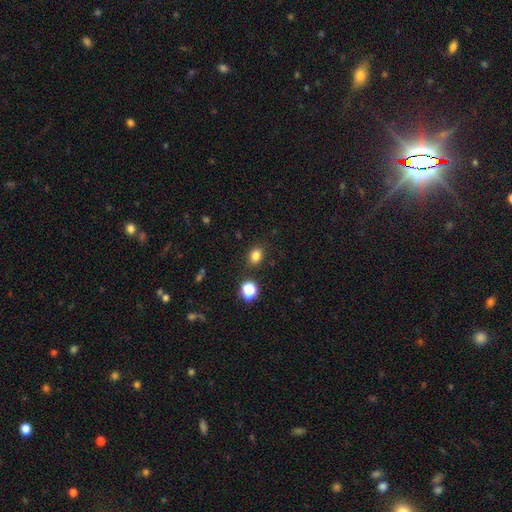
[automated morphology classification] smooth-or-featured: smooth: 81% | star or artifact: 14% | featured or disk: 5%
  how-rounded: in between: 50% | round: 49% | cigar-shaped: 1%
  merging: none: 84% | minor disturbance: 10% | merger: 3% | major disturbance: 3%